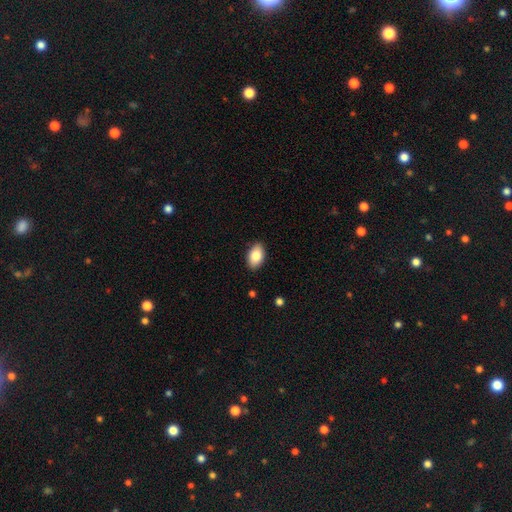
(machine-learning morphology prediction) Smooth or featured?
  - smooth: 85% *
  - featured or disk: 8%
  - star or artifact: 7%
How rounded?
  - in between: 92% *
  - round: 6%
  - cigar-shaped: 1%
Merging?
  - none: 88% *
  - minor disturbance: 9%
  - major disturbance: 2%
  - merger: 1%